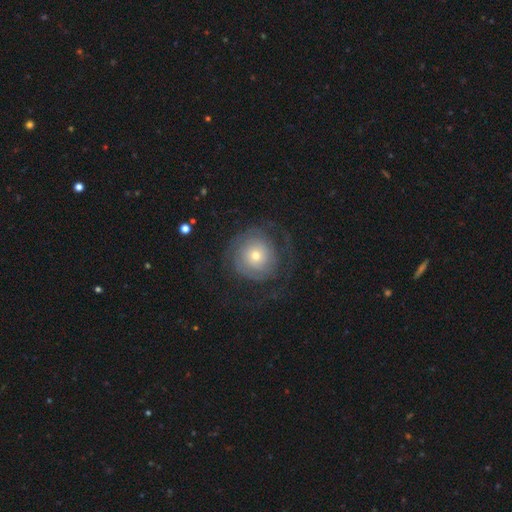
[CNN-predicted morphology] Smooth or featured? Predicted: featured or disk (p=0.66). Edge-on disk? Predicted: no (p=0.97). Bar? Predicted: no (p=0.83). Spiral arms? Predicted: yes (p=0.82). Spiral winding? Predicted: tight (p=0.61). Spiral arm count? Predicted: 2 (p=0.39). Bulge size? Predicted: small (p=0.59). Merging? Predicted: none (p=0.65).